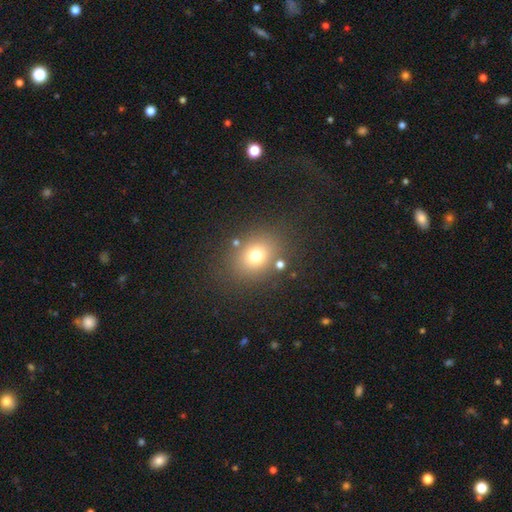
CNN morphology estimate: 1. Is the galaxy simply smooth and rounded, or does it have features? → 73% smooth, 17% star or artifact, 11% featured or disk.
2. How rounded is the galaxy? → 56% round, 43% in between, 1% cigar-shaped.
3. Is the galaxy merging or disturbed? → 79% none, 10% minor disturbance, 6% merger, 5% major disturbance.